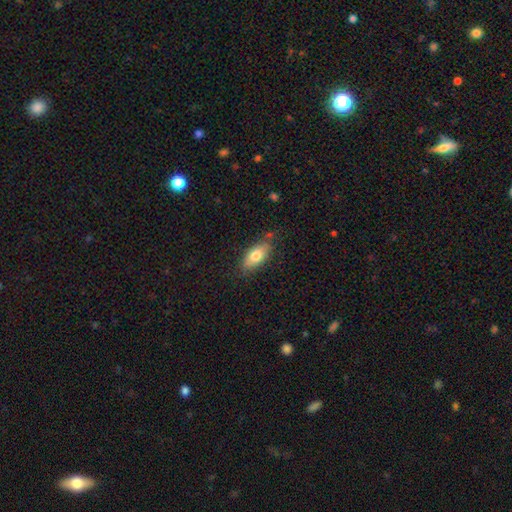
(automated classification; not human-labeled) smooth 74%, featured or disk 19%, star or artifact 7%. Down the decision tree: how rounded — in between (84%); merging — none (76%).